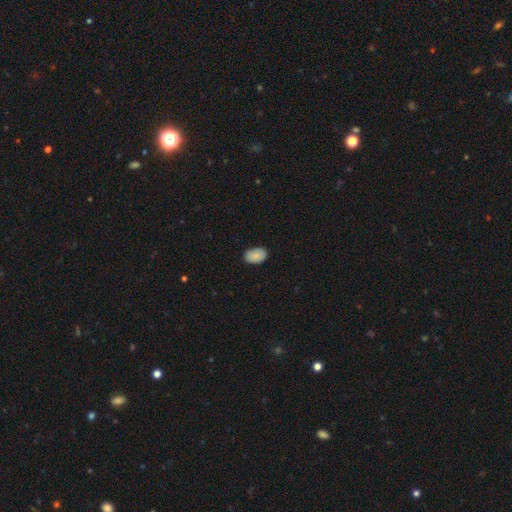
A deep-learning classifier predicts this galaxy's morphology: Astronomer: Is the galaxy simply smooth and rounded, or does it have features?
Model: smooth — 85%.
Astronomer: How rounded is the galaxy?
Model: in between — 87%.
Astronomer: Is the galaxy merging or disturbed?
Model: none — 83%.